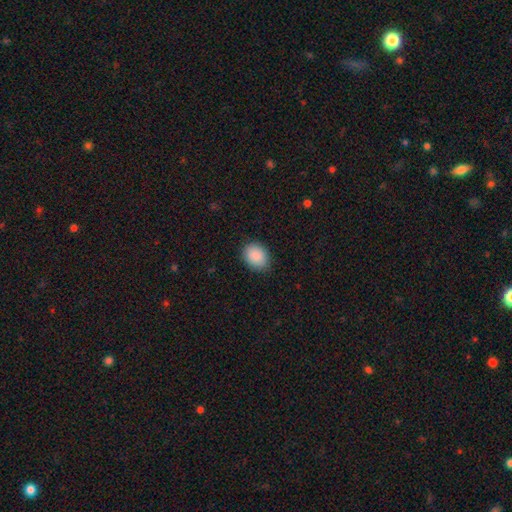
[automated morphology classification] smooth-or-featured: smooth: 90% | star or artifact: 7% | featured or disk: 3%
  how-rounded: in between: 57% | round: 42% | cigar-shaped: 1%
  merging: none: 85% | minor disturbance: 12% | major disturbance: 3% | merger: 1%